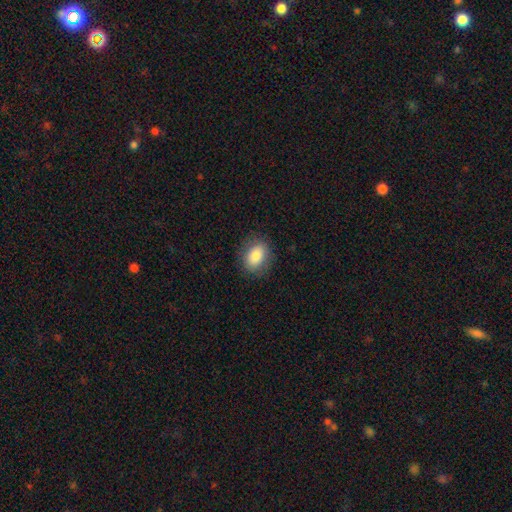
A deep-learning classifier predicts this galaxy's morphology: The model was most divided on "how rounded": in between: 73%, round: 26%, cigar-shaped: 1%. More confident: merging — none (85%); smooth or featured — smooth (83%).